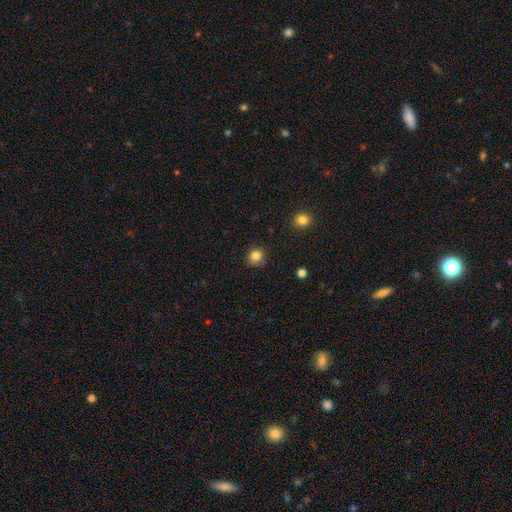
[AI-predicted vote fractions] Overall: smooth (83%). How rounded: round (87%). Merging: none (80%).